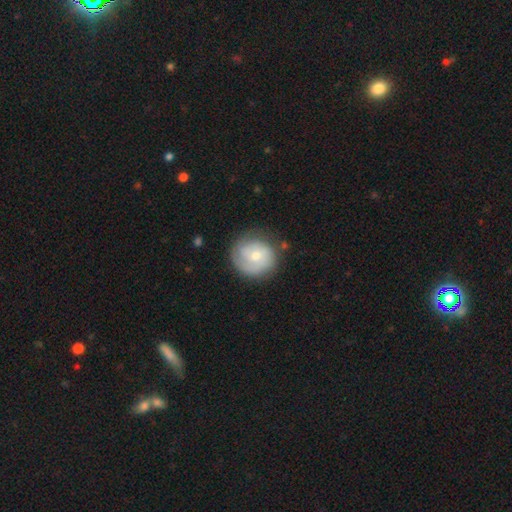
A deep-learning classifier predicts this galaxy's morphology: A featured or disk galaxy (47%). Merging: none (69%).